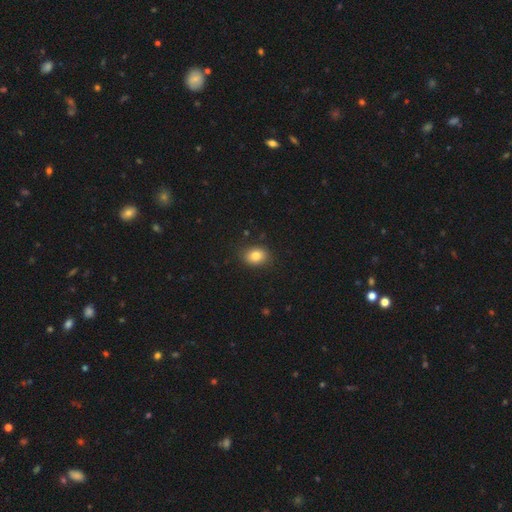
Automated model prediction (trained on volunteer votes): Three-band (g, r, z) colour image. It shows a smooth galaxy with no disk features (83%) that is in between round and cigar-shaped (61%). Merging: none (87%).